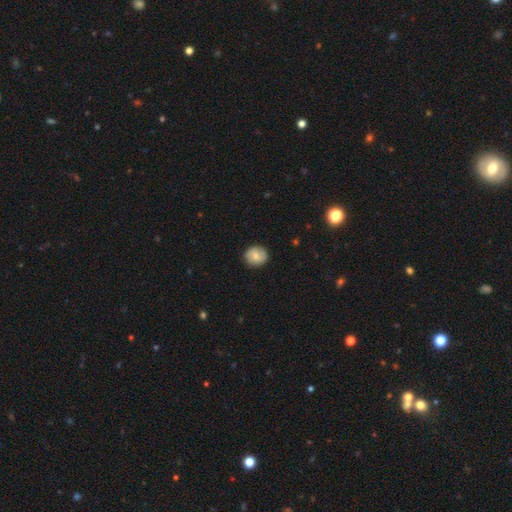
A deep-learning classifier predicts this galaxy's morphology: Smooth or featured? smooth (72%)
How rounded? round (80%)
Merging? none (87%)